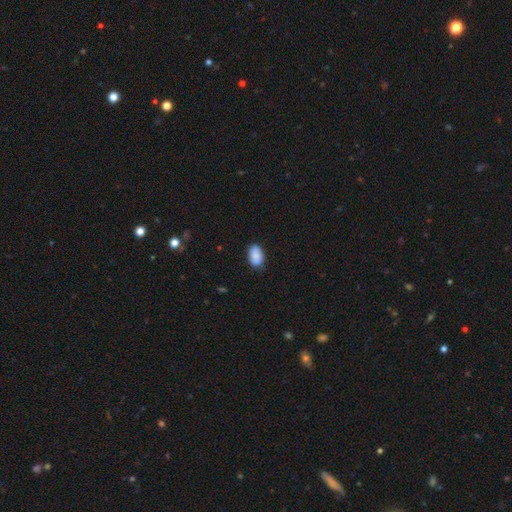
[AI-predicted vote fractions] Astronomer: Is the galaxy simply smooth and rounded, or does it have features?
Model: smooth — 86%.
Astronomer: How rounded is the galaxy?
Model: in between — 91%.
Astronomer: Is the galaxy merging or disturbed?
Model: none — 82%.